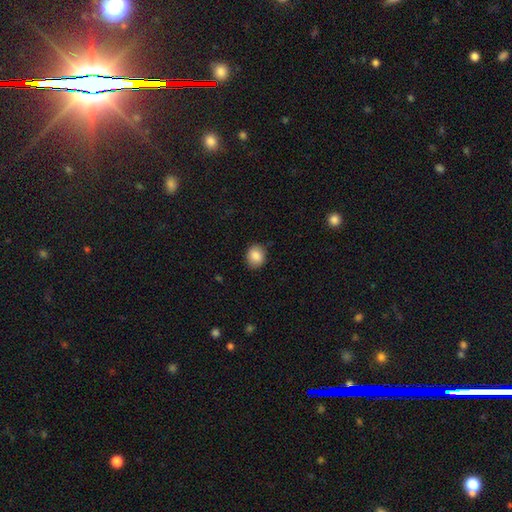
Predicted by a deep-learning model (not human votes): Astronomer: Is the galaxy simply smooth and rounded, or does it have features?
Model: smooth — 86%.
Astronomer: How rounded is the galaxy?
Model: round — 63%.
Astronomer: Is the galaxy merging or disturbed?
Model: none — 86%.